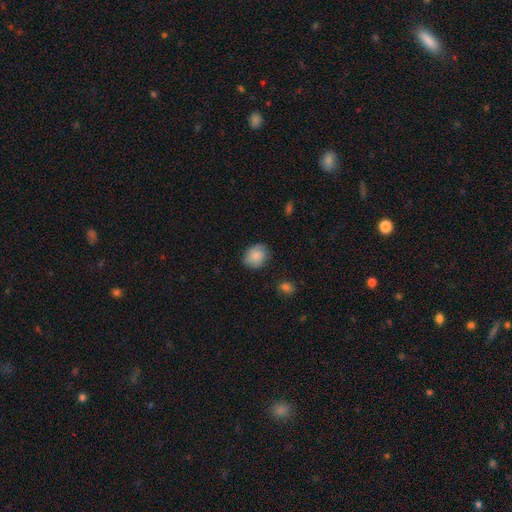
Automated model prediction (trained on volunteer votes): Smooth or featured? smooth (83%)
How rounded? round (51%)
Merging? none (78%)